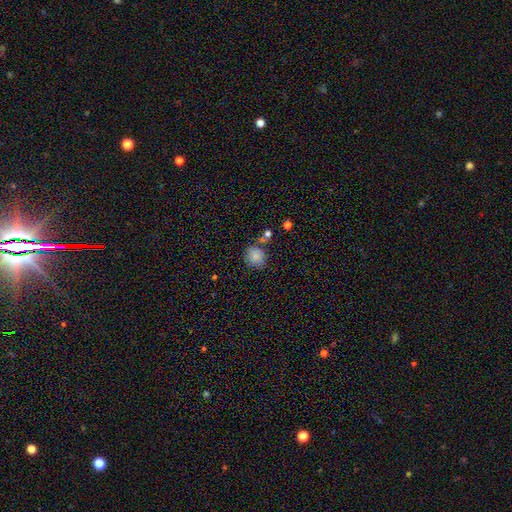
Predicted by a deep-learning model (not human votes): Q: Smooth or featured?
A: smooth (84%); runner-up: star or artifact (10%)
Q: How rounded?
A: round (77%); runner-up: in between (22%)
Q: Merging?
A: none (67%); runner-up: minor disturbance (17%)